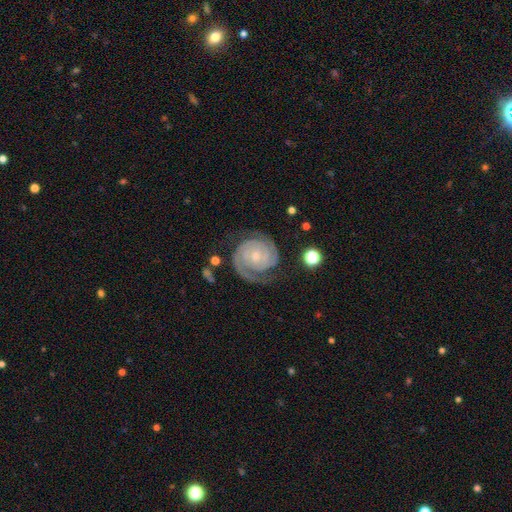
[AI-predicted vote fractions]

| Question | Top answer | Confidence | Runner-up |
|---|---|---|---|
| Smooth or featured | featured or disk | 90% | star or artifact (5%) |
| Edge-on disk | no | 98% | yes (2%) |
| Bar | no | 65% | weak (26%) |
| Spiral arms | yes | 98% | no (2%) |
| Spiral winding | tight | 80% | medium (17%) |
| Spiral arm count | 2 | 77% | 3 (9%) |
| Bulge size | small | 67% | moderate (26%) |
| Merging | none | 76% | minor disturbance (15%) |